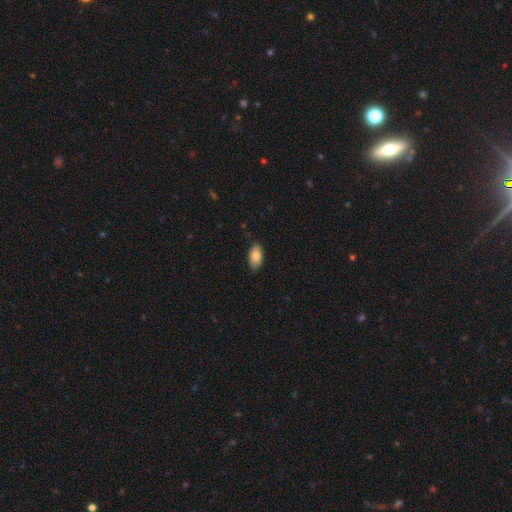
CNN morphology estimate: Q: Smooth or featured?
A: smooth (82%); runner-up: featured or disk (11%)
Q: How rounded?
A: in between (93%); runner-up: round (4%)
Q: Merging?
A: none (80%); runner-up: minor disturbance (16%)